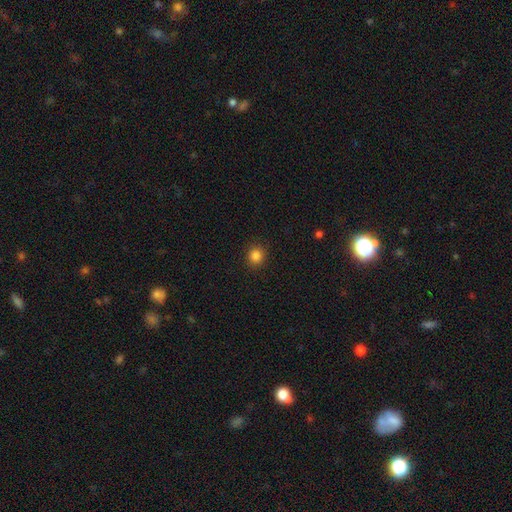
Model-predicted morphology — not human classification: Smooth or featured? smooth (85%)
How rounded? round (88%)
Merging? none (91%)